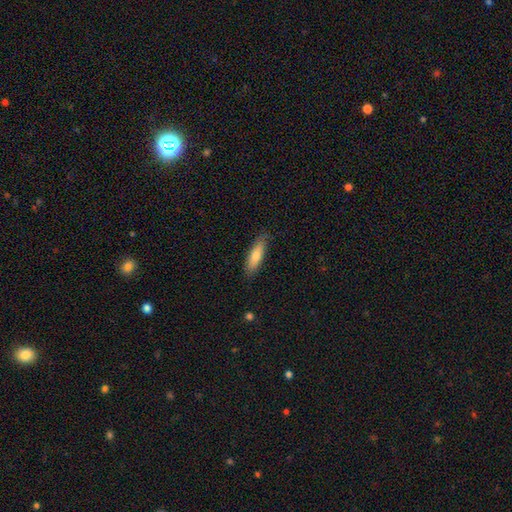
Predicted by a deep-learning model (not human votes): This appears to be a smooth galaxy with no disk features (74%) that is cigar-shaped (56%). Merging: none (83%).